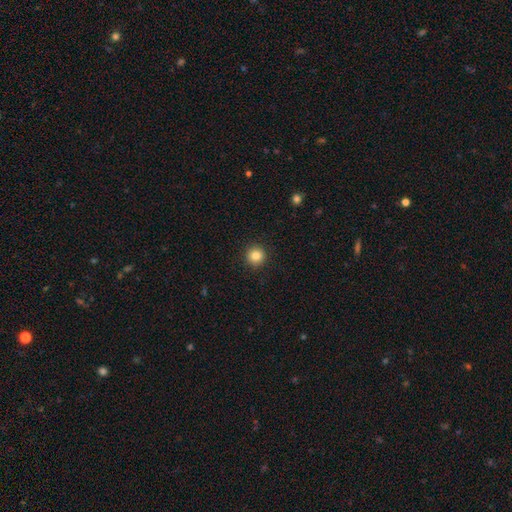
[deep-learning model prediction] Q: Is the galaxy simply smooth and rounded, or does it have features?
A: smooth — 84%.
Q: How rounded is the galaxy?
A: round — 95%.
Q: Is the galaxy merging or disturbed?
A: none — 92%.